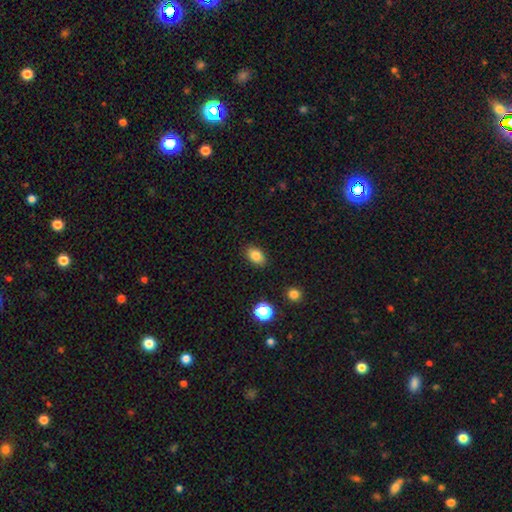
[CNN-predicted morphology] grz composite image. It shows a smooth galaxy with no disk features (84%) that is in between round and cigar-shaped (83%). Merging: none (87%).